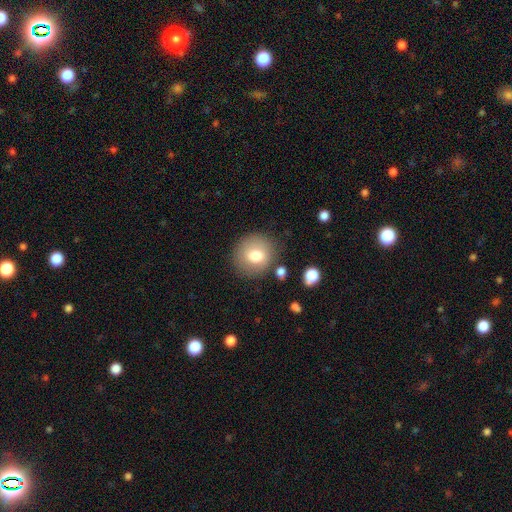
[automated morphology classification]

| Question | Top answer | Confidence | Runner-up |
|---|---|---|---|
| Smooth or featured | smooth | 76% | featured or disk (15%) |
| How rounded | round | 86% | in between (13%) |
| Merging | none | 81% | minor disturbance (11%) |